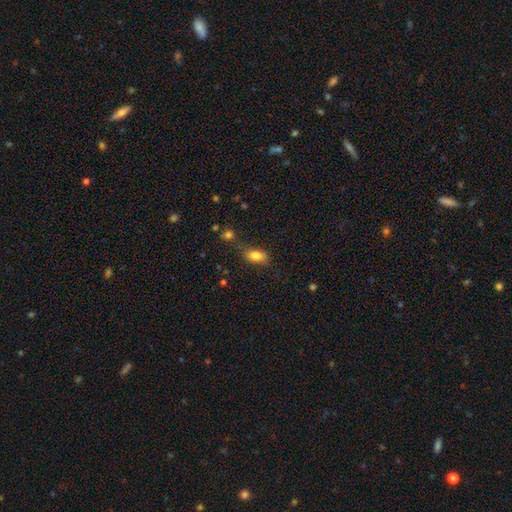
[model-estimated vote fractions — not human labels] A smooth galaxy with no disk features (81%) that is in between round and cigar-shaped (84%).

Vote fractions:
- Smooth or featured? smooth: 81% / star or artifact: 10% / featured or disk: 9%
- How rounded? in between: 84% / round: 11% / cigar-shaped: 5%
- Merging? none: 66% / minor disturbance: 20% / merger: 7% / major disturbance: 7%